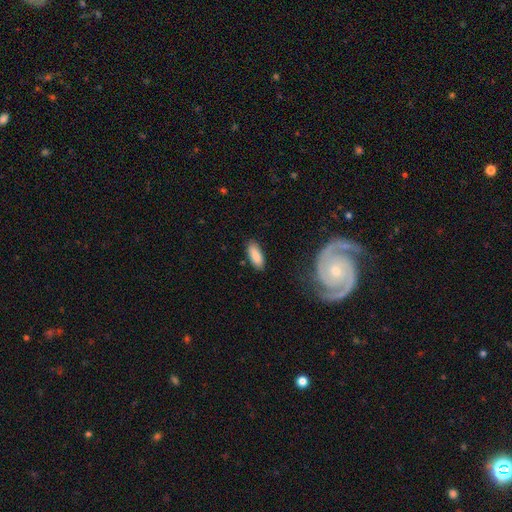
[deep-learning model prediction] smooth-or-featured: smooth: 87% | star or artifact: 6% | featured or disk: 6%
  how-rounded: in between: 80% | cigar-shaped: 18% | round: 2%
  merging: none: 83% | minor disturbance: 12% | major disturbance: 3% | merger: 2%